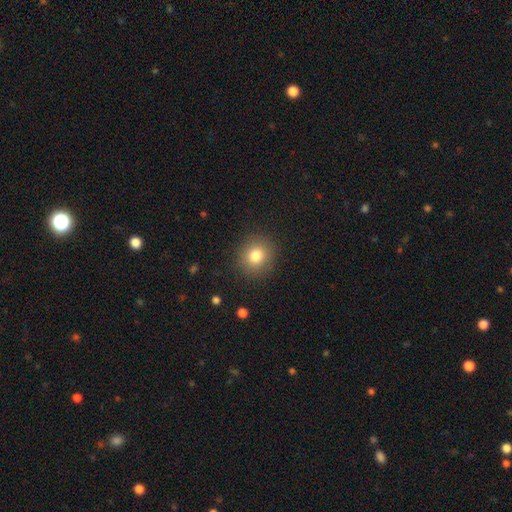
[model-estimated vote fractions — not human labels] smooth 80%, star or artifact 11%, featured or disk 9%. Down the decision tree: how rounded — round (86%); merging — none (89%).